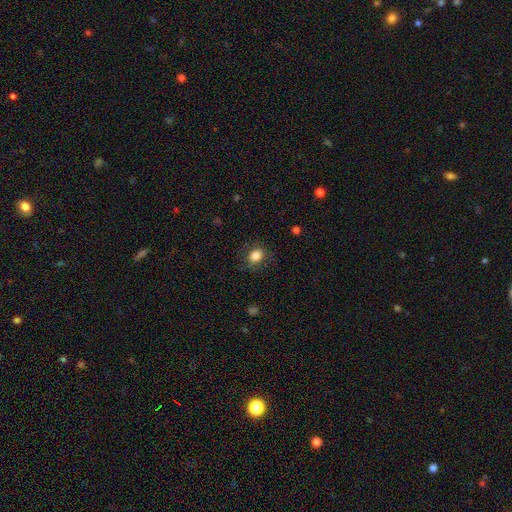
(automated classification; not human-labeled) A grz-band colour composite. It shows a smooth galaxy with no disk features (83%) that is in between round and cigar-shaped (50%). Merging: none (79%).